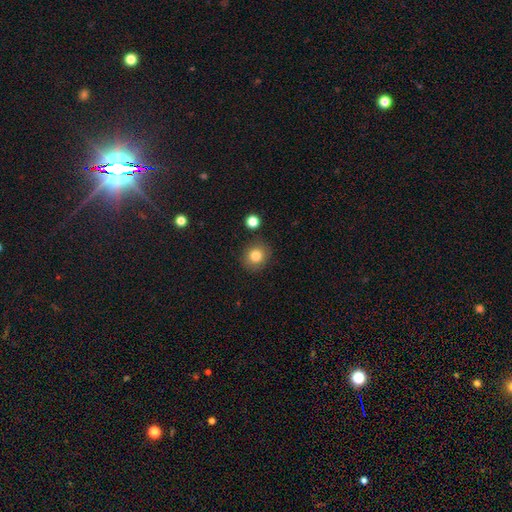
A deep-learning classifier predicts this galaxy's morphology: Overall: smooth (81%). How rounded: round (83%). Merging: none (86%).